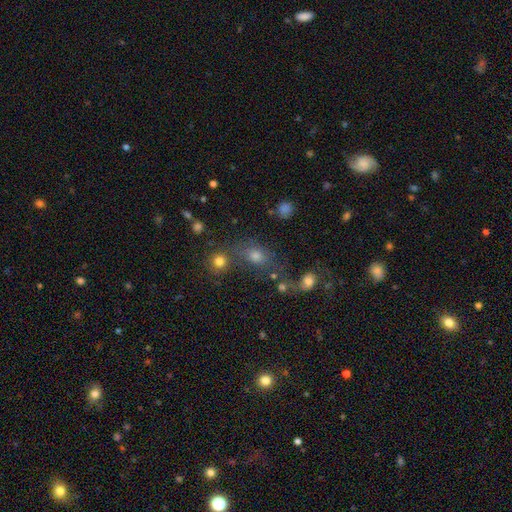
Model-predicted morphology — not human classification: type=smooth (67%); roundness=in between (51%); merging=none (54%).